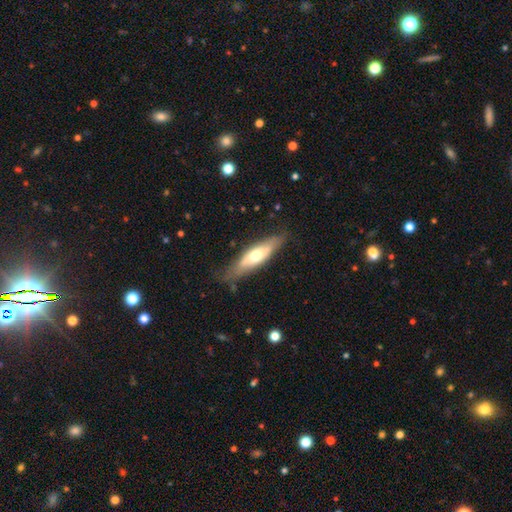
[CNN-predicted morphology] A smooth galaxy with no disk features (51%) that is cigar-shaped (61%). Merging: none (74%).